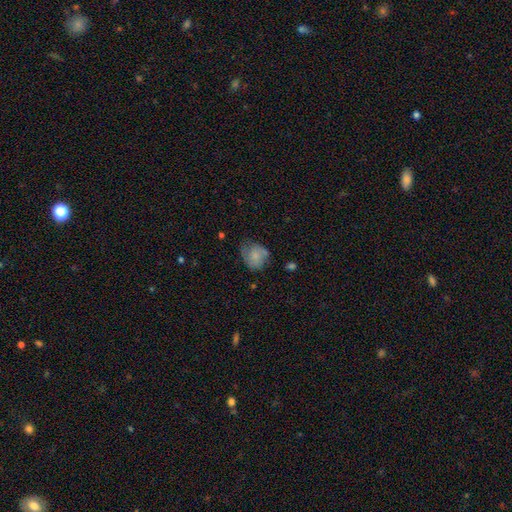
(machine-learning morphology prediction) smooth 66%, featured or disk 26%, star or artifact 9%. Down the decision tree: how rounded — round (66%); merging — none (53%).